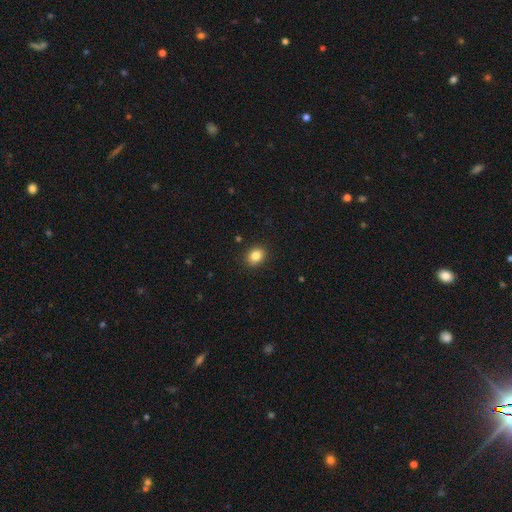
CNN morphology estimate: Smooth or featured? smooth (84%)
How rounded? round (52%)
Merging? none (90%)